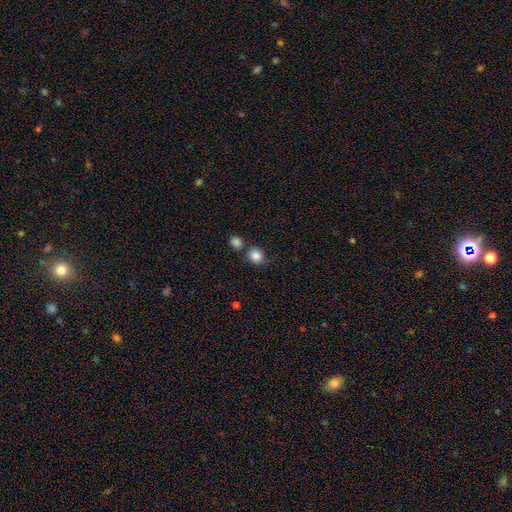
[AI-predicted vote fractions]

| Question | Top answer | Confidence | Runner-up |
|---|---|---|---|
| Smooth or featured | smooth | 85% | star or artifact (10%) |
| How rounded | round | 77% | in between (22%) |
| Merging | none | 68% | merger (18%) |